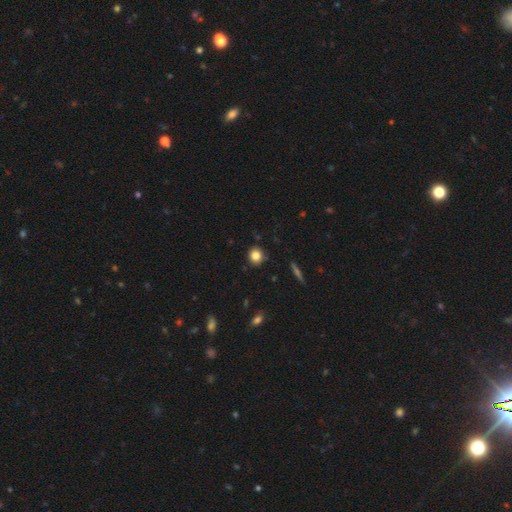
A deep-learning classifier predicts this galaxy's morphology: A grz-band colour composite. It shows a smooth galaxy with no disk features (83%) that is round (86%). Merging: none (88%).